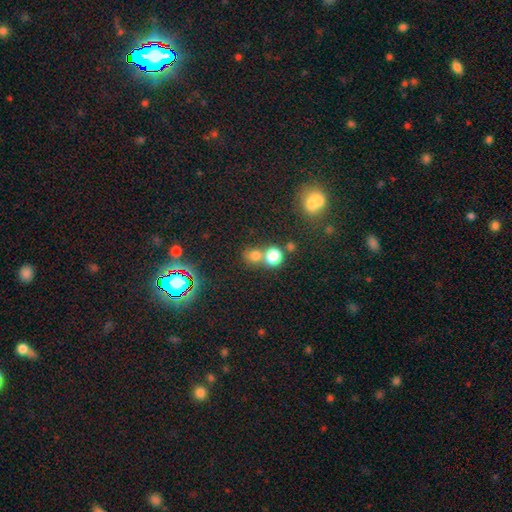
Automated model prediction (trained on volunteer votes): Overall: smooth (71%). How rounded: round (78%). Merging: none (47%; merger 42%).